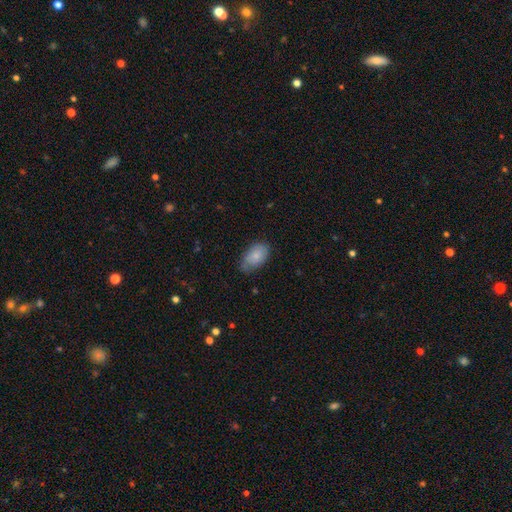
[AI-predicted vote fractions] A smooth galaxy with no disk features (82%) that is in between round and cigar-shaped (94%). Merging: none (67%).